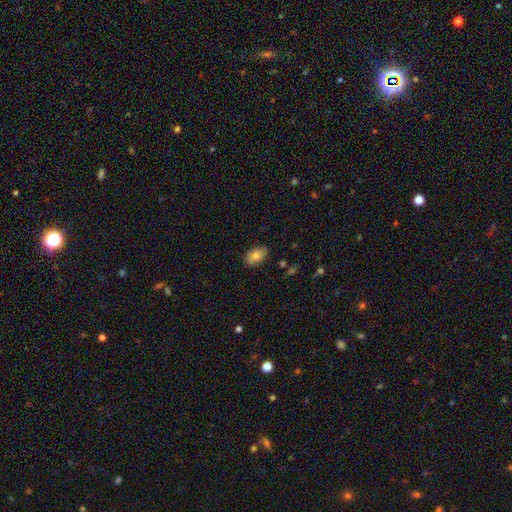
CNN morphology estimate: type=smooth (75%); roundness=in between (89%); merging=none (83%).